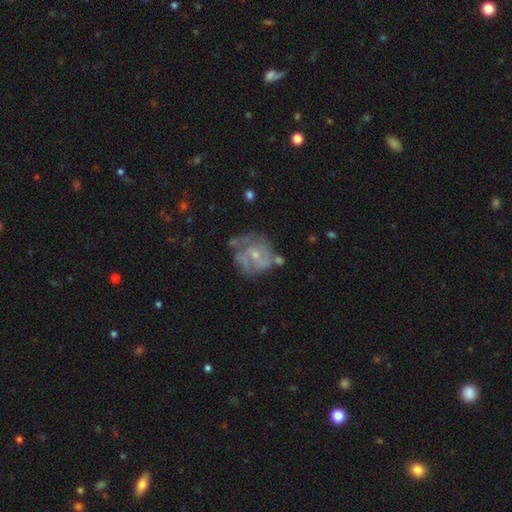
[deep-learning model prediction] A featured or disk galaxy (68%) with no bar (67%), spiral arms (64%) and a small central bulge (62%).

Vote fractions:
- Smooth or featured? featured or disk: 68% / smooth: 23% / star or artifact: 9%
- Edge-on disk? no: 98% / yes: 2%
- Bar? no: 67% / weak: 28% / strong: 5%
- Spiral arms? yes: 64% / no: 36%
- Bulge size? small: 62% / moderate: 32% / none: 5% / large: 1% / dominant: 1%
- Merging? none: 46% / minor disturbance: 25% / major disturbance: 20% / merger: 9%